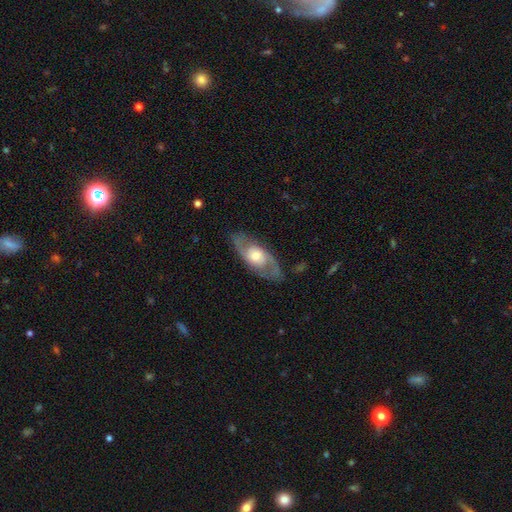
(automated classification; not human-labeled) Smooth or featured: featured or disk — 76% (smooth — 19%)
Edge-on disk: no — 88% (yes — 12%)
Bar: no — 69% (weak — 25%)
Spiral arms: yes — 84% (no — 16%)
Spiral winding: medium — 51% (loose — 26%)
Spiral arm count: 2 — 87% (can't tell — 7%)
Bulge size: moderate — 58% (large — 20%)
Merging: none — 82% (minor disturbance — 12%)